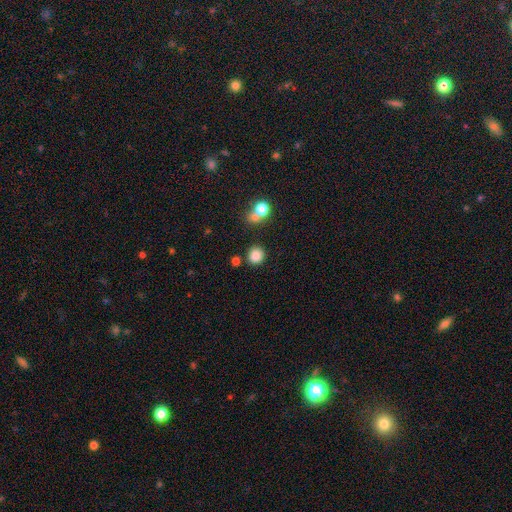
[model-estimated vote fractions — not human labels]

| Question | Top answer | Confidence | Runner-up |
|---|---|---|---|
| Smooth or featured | smooth | 84% | star or artifact (12%) |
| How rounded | round | 88% | in between (11%) |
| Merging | none | 80% | minor disturbance (9%) |